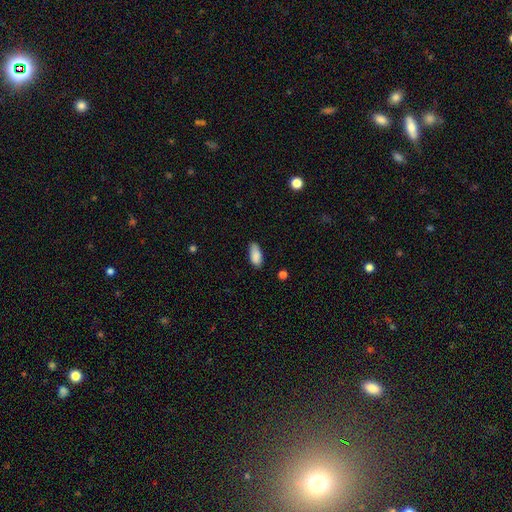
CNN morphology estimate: smooth 88%, star or artifact 7%, featured or disk 5%. Down the decision tree: how rounded — in between (90%); merging — none (77%).